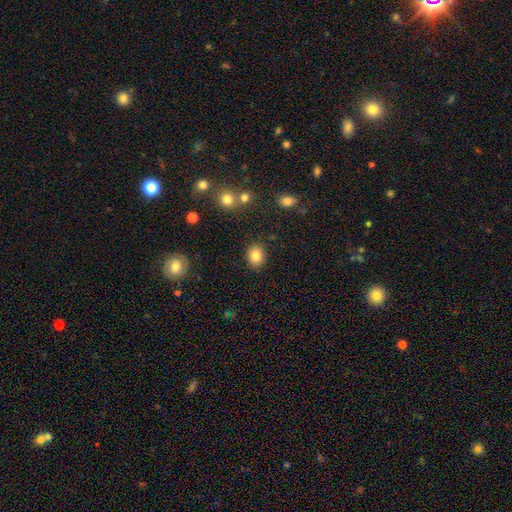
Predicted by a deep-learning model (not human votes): Morphology: type=smooth (83%); roundness=round (62%); merging=none (87%).